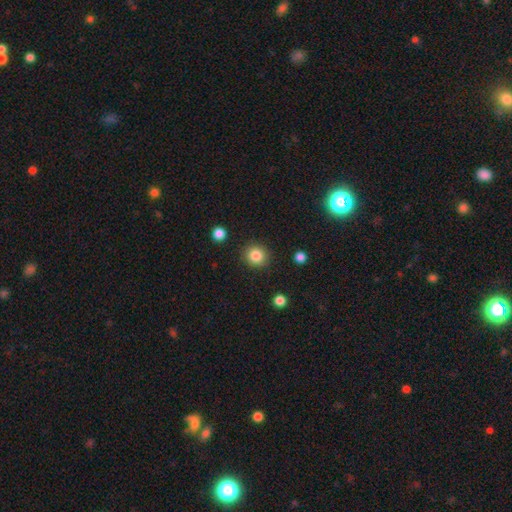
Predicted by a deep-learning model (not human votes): Smooth or featured? smooth (84%)
How rounded? round (88%)
Merging? none (90%)